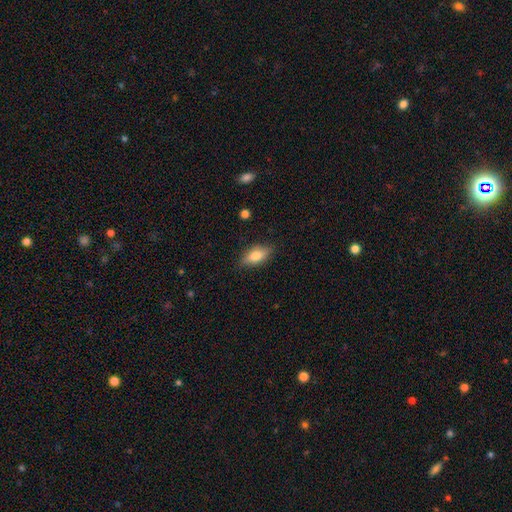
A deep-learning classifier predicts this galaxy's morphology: This is likely a smooth galaxy (73%). How rounded: clearly in between (80%). Merging: clearly none (82%).